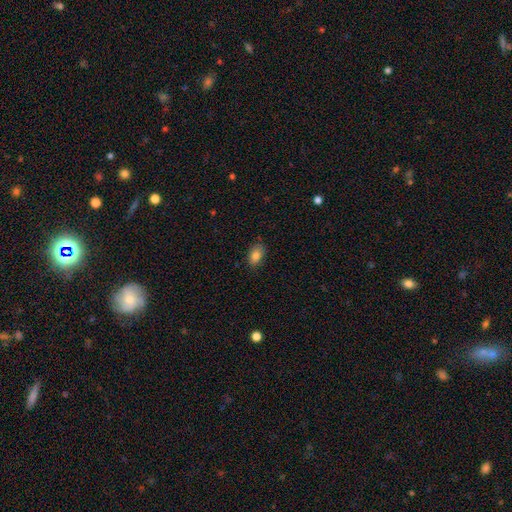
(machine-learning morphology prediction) Smooth or featured: smooth — 83% (star or artifact — 9%)
How rounded: in between — 85% (round — 13%)
Merging: none — 81% (minor disturbance — 15%)